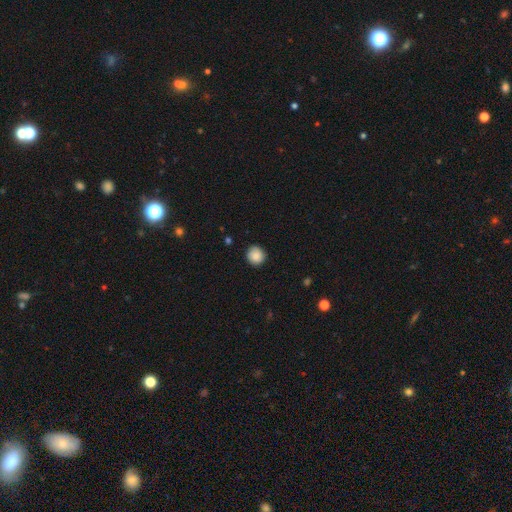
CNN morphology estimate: Q: Smooth or featured?
A: smooth (87%); runner-up: star or artifact (8%)
Q: How rounded?
A: round (91%); runner-up: in between (8%)
Q: Merging?
A: none (87%); runner-up: minor disturbance (10%)